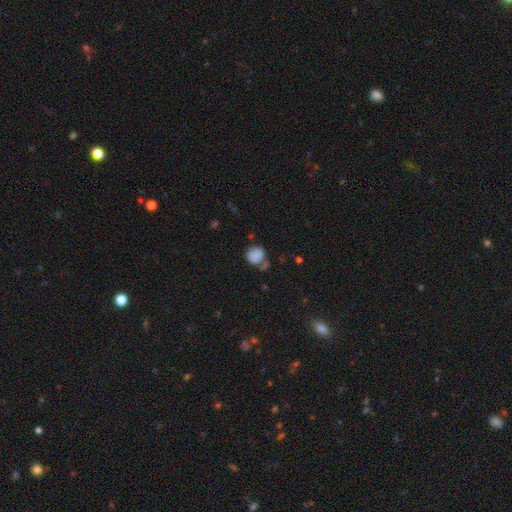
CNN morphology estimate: Smooth or featured: smooth — 83% (star or artifact — 10%)
How rounded: round — 78% (in between — 21%)
Merging: none — 55% (minor disturbance — 20%)